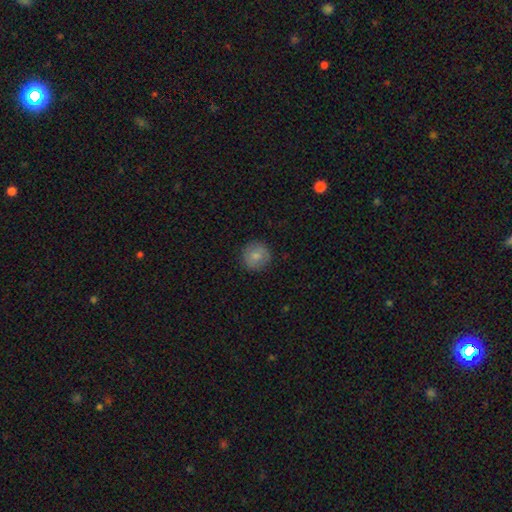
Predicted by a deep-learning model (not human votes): smooth 78%, featured or disk 14%, star or artifact 8%. Down the decision tree: how rounded — round (93%); merging — none (87%).